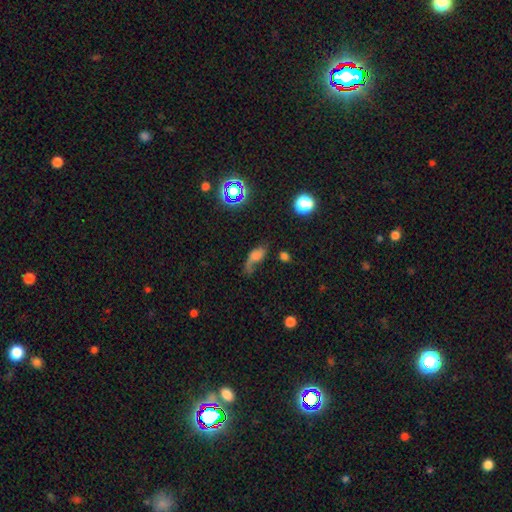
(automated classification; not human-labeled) Smooth or featured? Predicted: smooth (p=0.48). Merging? Predicted: major disturbance (p=0.39).